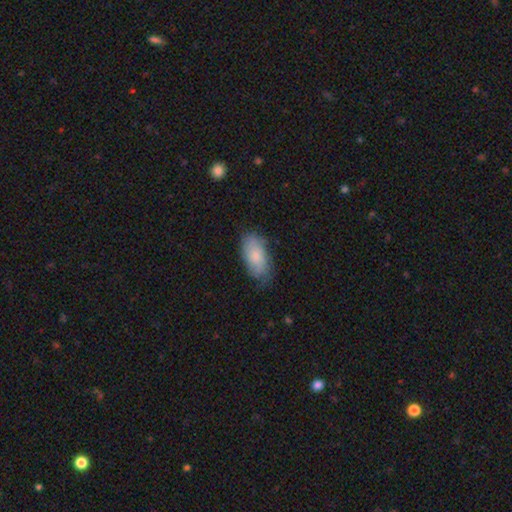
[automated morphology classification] type=smooth (67%); roundness=in between (92%); merging=none (64%).